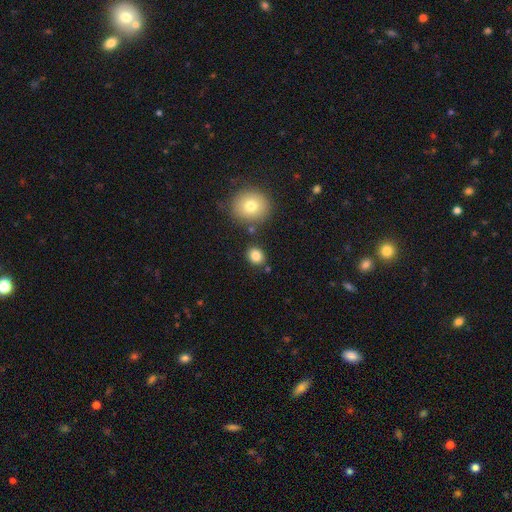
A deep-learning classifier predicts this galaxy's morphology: Overall: smooth (83%). How rounded: round (63%; in between 36%). Merging: none (82%).